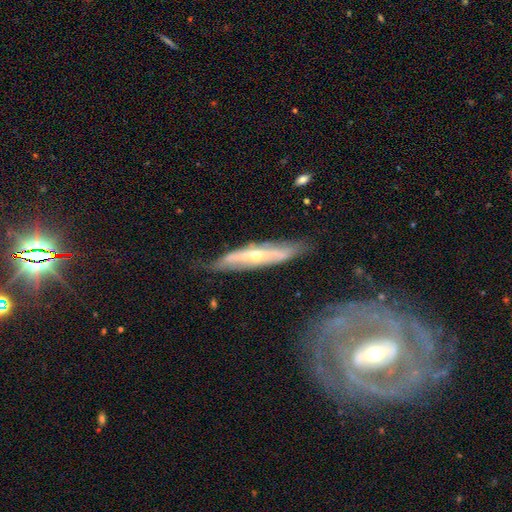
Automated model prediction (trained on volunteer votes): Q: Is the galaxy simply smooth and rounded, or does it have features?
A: featured or disk — 75%.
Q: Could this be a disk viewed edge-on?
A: yes — 64%.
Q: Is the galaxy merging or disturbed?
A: none — 72%.